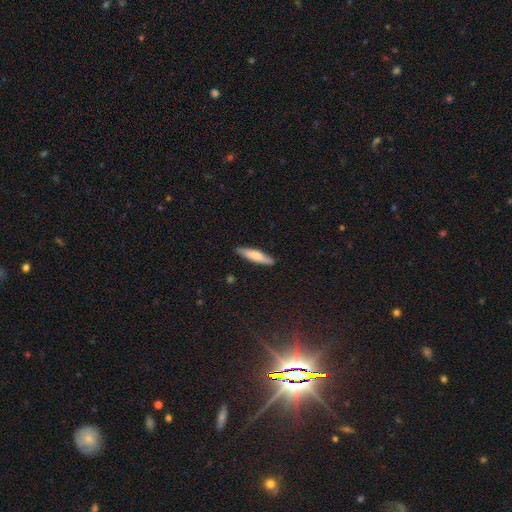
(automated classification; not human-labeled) smooth-or-featured: smooth: 70% | featured or disk: 25% | star or artifact: 6%
  how-rounded: cigar-shaped: 79% | in between: 19% | round: 1%
  merging: none: 86% | minor disturbance: 11% | major disturbance: 2% | merger: 1%